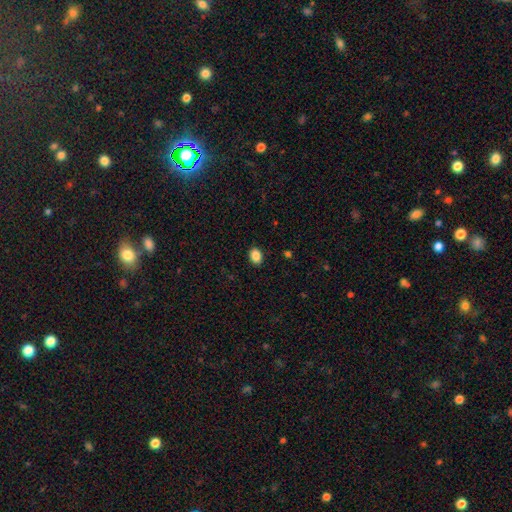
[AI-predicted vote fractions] The model was most divided on "how rounded": in between: 73%, round: 26%, cigar-shaped: 1%. More confident: merging — none (90%); smooth or featured — smooth (88%).